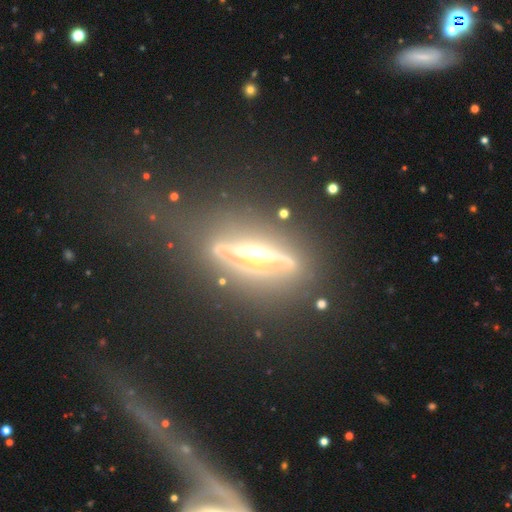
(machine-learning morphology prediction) Overall: featured or disk (82%). Edge-on disk: yes (86%). Edge-on bulge: rounded (84%). Merging: none (61%).